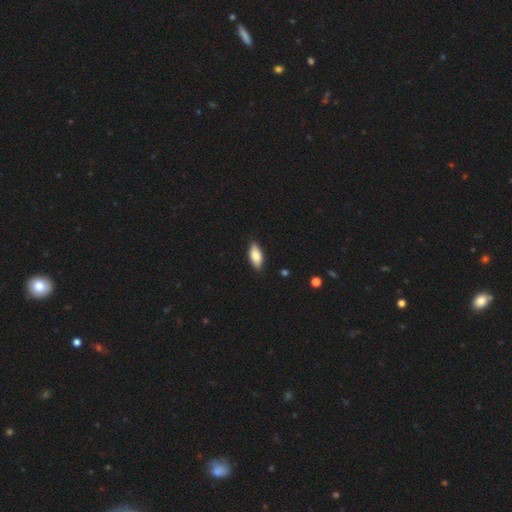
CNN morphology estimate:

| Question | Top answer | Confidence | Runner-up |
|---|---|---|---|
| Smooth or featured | smooth | 84% | featured or disk (10%) |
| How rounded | in between | 88% | cigar-shaped (10%) |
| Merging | none | 86% | minor disturbance (11%) |